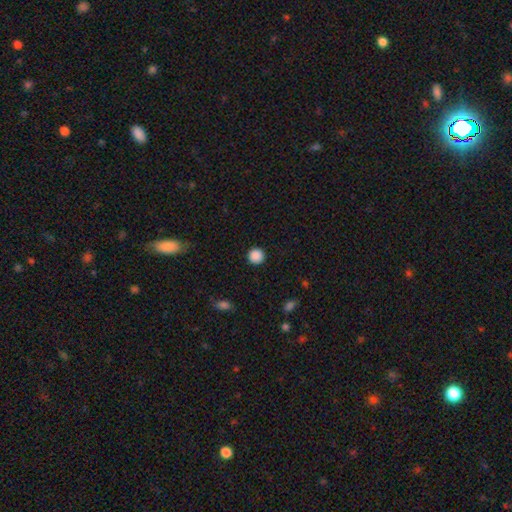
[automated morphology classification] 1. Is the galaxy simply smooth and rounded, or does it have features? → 88% smooth, 10% star or artifact, 2% featured or disk.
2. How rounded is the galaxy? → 95% round, 4% in between, 1% cigar-shaped.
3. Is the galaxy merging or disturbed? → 92% none, 5% minor disturbance, 2% major disturbance, 1% merger.